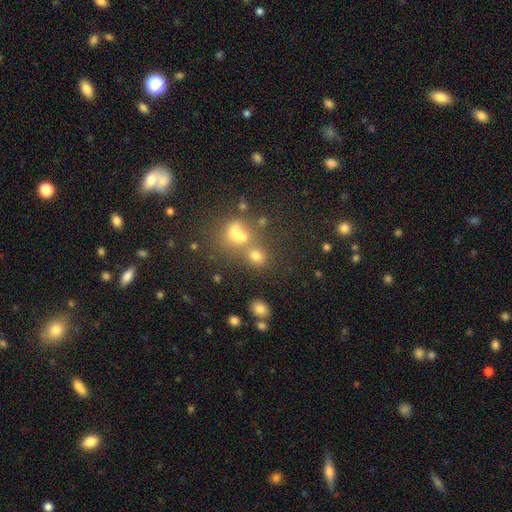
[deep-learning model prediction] smooth-or-featured: smooth: 71% | star or artifact: 19% | featured or disk: 10%
  how-rounded: round: 71% | in between: 27% | cigar-shaped: 2%
  merging: none: 51% | merger: 34% | minor disturbance: 9% | major disturbance: 6%